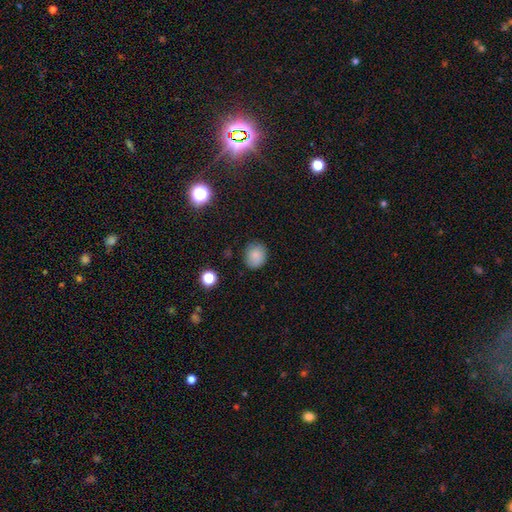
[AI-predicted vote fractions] This is clearly a smooth galaxy (84%). How rounded: likely round (71%). Merging: clearly none (83%).